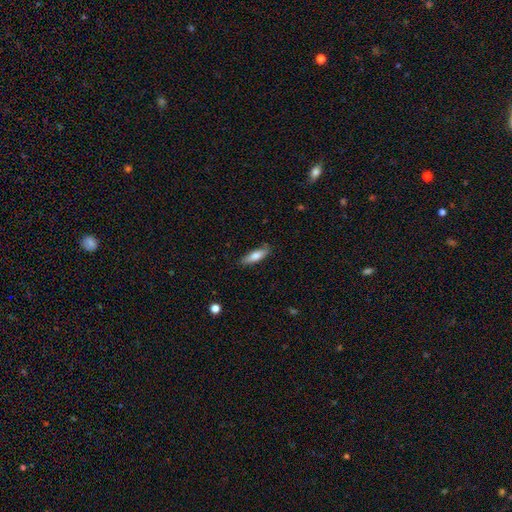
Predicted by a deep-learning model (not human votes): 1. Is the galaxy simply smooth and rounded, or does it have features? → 75% smooth, 19% featured or disk, 6% star or artifact.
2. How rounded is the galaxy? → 50% cigar-shaped, 48% in between, 2% round.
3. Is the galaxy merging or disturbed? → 82% none, 14% minor disturbance, 3% major disturbance, 1% merger.